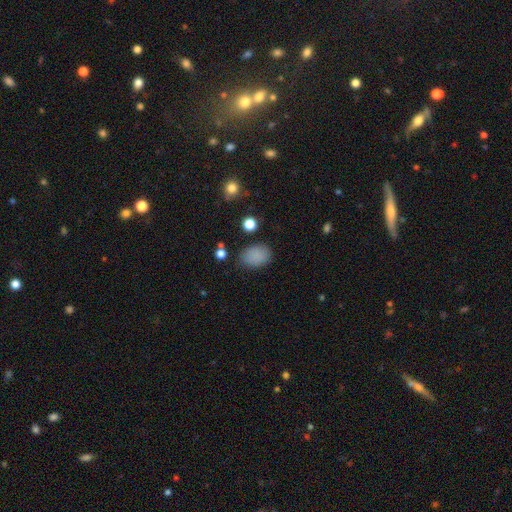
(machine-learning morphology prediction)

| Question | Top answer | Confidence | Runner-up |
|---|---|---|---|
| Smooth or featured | smooth | 85% | star or artifact (10%) |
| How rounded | in between | 80% | round (19%) |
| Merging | none | 78% | minor disturbance (15%) |